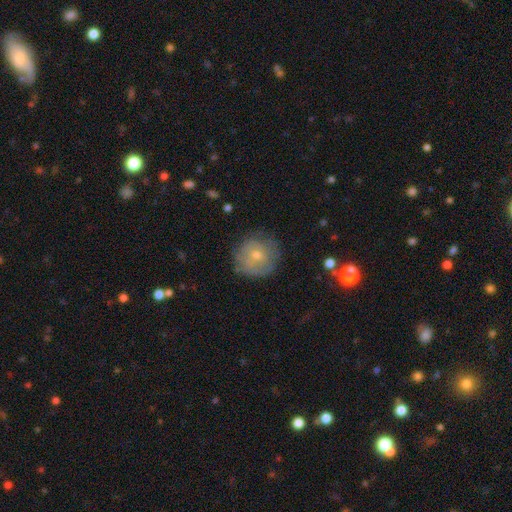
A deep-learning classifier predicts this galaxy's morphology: type=smooth (60%); roundness=round (91%); merging=none (72%).